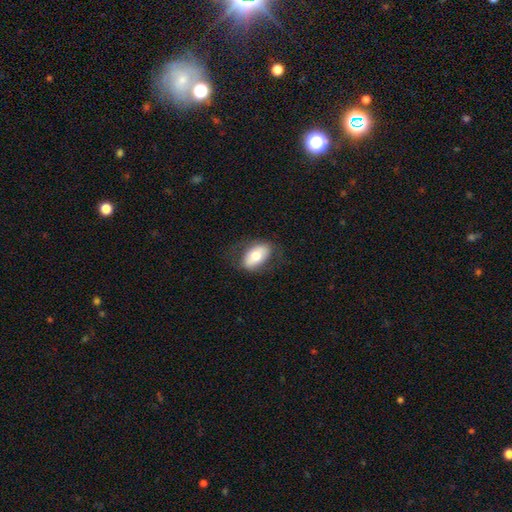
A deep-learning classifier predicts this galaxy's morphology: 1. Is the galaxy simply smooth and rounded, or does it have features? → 68% smooth, 26% featured or disk, 7% star or artifact.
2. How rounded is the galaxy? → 91% in between, 7% round, 2% cigar-shaped.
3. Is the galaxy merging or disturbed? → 76% none, 16% minor disturbance, 7% major disturbance, 1% merger.